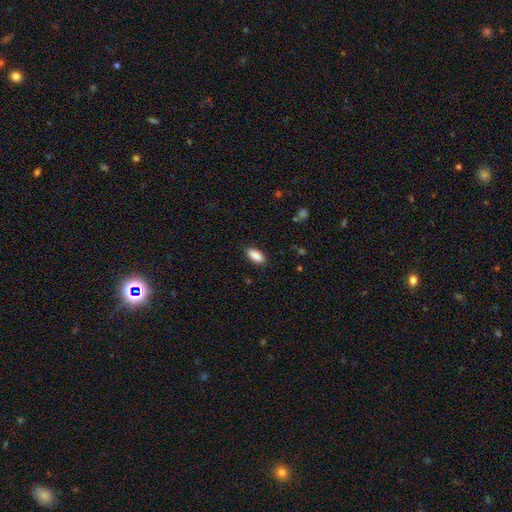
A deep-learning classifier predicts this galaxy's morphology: This appears to be a smooth galaxy with no disk features (89%) that is in between round and cigar-shaped (89%). Merging: none (88%).